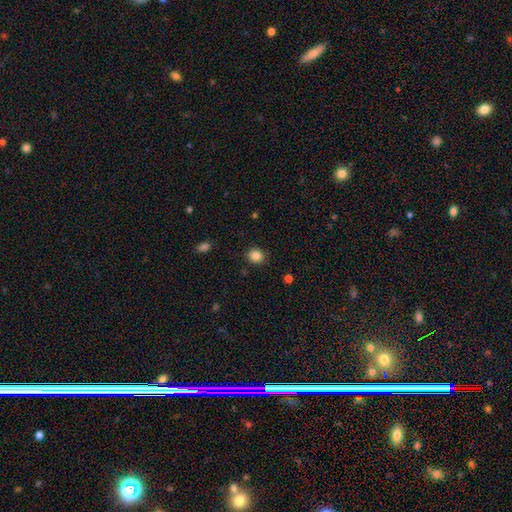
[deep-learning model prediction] Morphology: type=smooth (85%); roundness=round (77%); merging=none (88%).